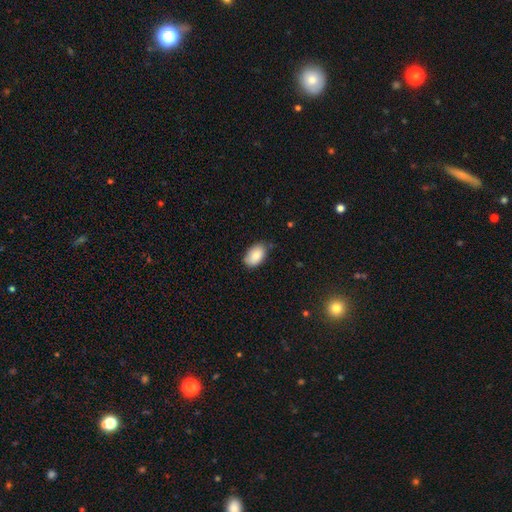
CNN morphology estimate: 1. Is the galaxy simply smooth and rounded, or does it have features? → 84% smooth, 9% featured or disk, 7% star or artifact.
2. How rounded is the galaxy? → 91% in between, 8% round, 1% cigar-shaped.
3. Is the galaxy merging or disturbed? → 72% none, 24% minor disturbance, 3% major disturbance, 2% merger.